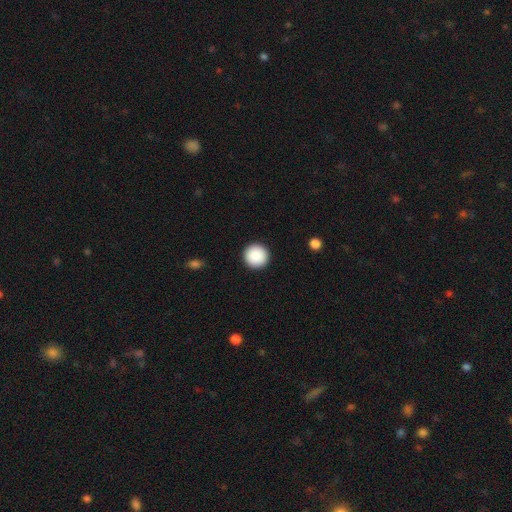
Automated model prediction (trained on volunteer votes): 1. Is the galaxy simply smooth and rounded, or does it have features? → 89% smooth, 7% star or artifact, 3% featured or disk.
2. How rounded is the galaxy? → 96% round, 3% in between, 1% cigar-shaped.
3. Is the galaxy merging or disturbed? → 93% none, 4% minor disturbance, 2% major disturbance, 1% merger.